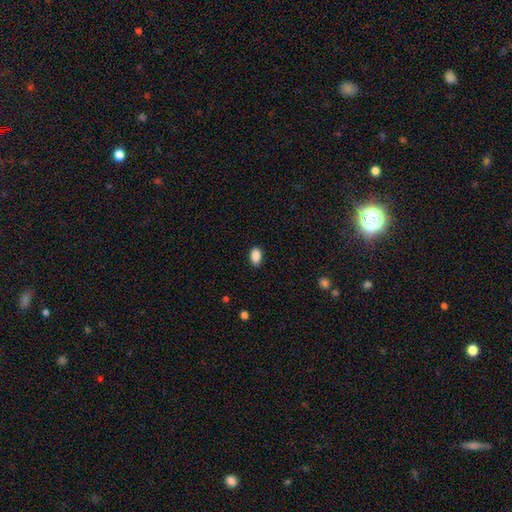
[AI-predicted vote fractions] This appears to be a smooth galaxy with no disk features (89%) that is in between round and cigar-shaped (90%). Merging: none (88%).